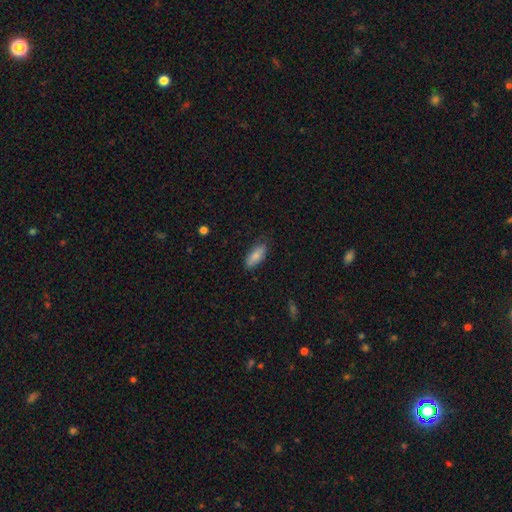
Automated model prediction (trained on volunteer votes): This is clearly a smooth galaxy (82%). How rounded: clearly in between (82%). Merging: likely none (80%).